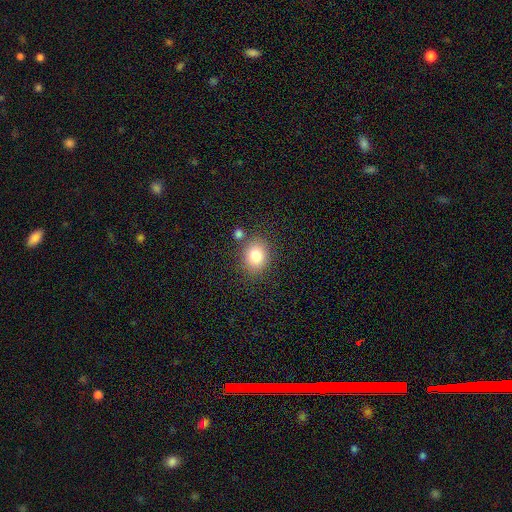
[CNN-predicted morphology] Smooth or featured?
  - smooth: 84% *
  - star or artifact: 9%
  - featured or disk: 7%
How rounded?
  - in between: 55% *
  - round: 44%
  - cigar-shaped: 1%
Merging?
  - none: 76% *
  - minor disturbance: 12%
  - merger: 8%
  - major disturbance: 4%